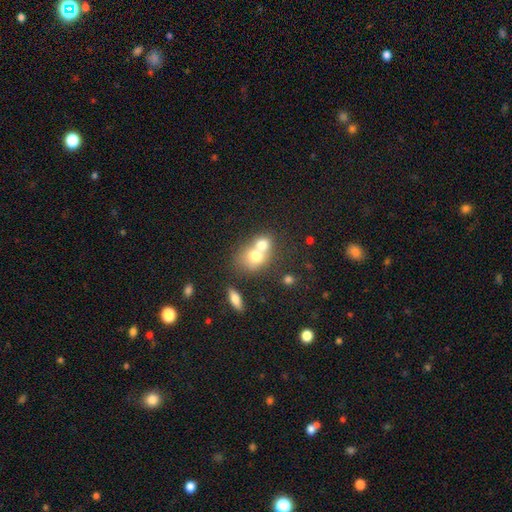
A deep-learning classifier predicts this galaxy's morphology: Smooth or featured? Predicted: smooth (p=0.69). How rounded? Predicted: round (p=0.58). Merging? Predicted: merger (p=0.69).